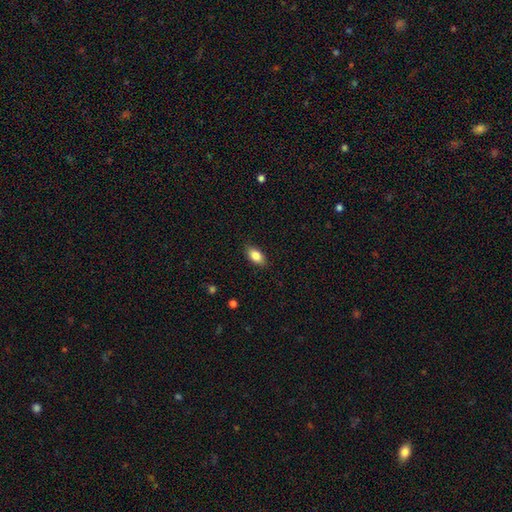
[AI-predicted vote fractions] Q: Smooth or featured?
A: smooth (85%); runner-up: featured or disk (8%)
Q: How rounded?
A: in between (90%); runner-up: round (5%)
Q: Merging?
A: none (85%); runner-up: minor disturbance (11%)